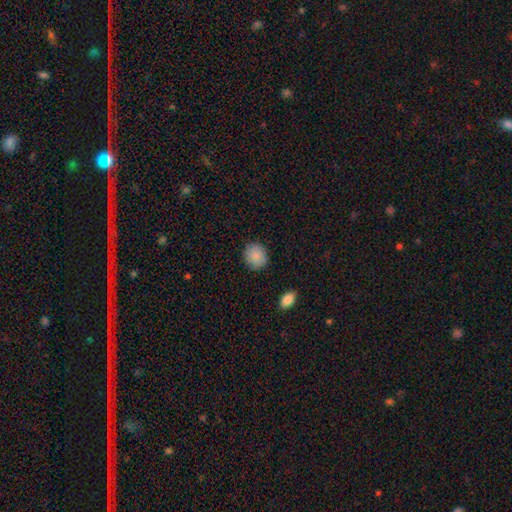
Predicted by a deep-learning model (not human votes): smooth_or_featured: smooth (p=0.87) [alt: star or artifact p=0.07]
how_rounded: round (p=0.79) [alt: in between p=0.20]
merging: none (p=0.88) [alt: minor disturbance p=0.08]